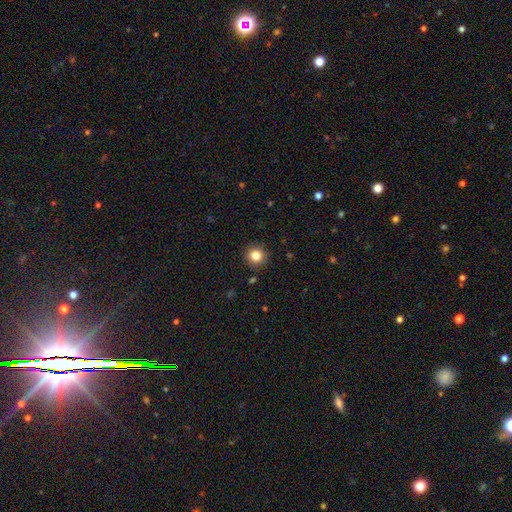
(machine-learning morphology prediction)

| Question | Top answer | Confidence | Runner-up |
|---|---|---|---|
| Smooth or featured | smooth | 83% | star or artifact (11%) |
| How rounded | round | 94% | in between (5%) |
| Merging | none | 92% | minor disturbance (5%) |